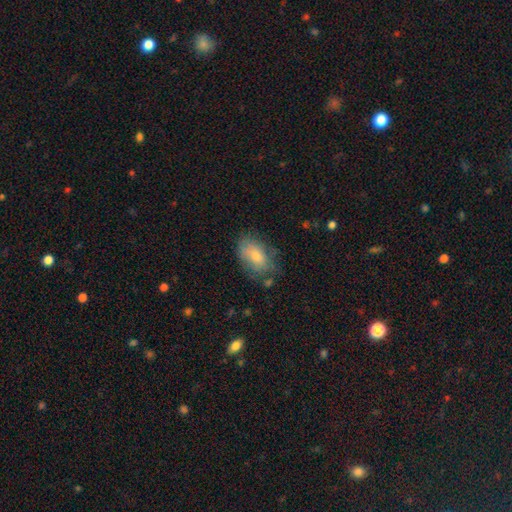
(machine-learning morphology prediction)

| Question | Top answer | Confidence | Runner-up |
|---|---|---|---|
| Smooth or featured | smooth | 77% | featured or disk (16%) |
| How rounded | in between | 90% | round (8%) |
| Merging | none | 64% | minor disturbance (25%) |